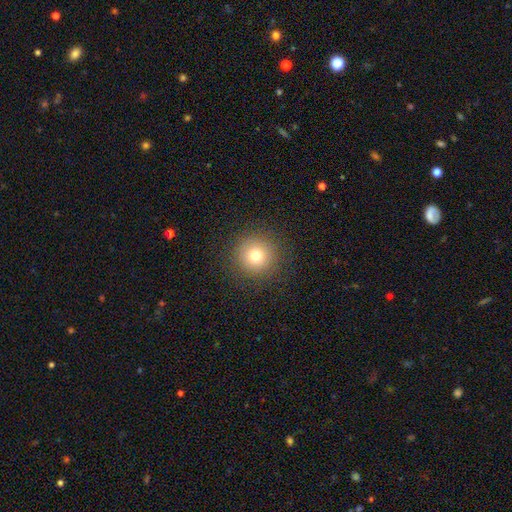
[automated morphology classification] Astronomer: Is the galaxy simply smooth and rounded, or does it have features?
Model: smooth — 75%.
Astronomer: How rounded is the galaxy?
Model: round — 95%.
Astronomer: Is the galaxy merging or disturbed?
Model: none — 89%.